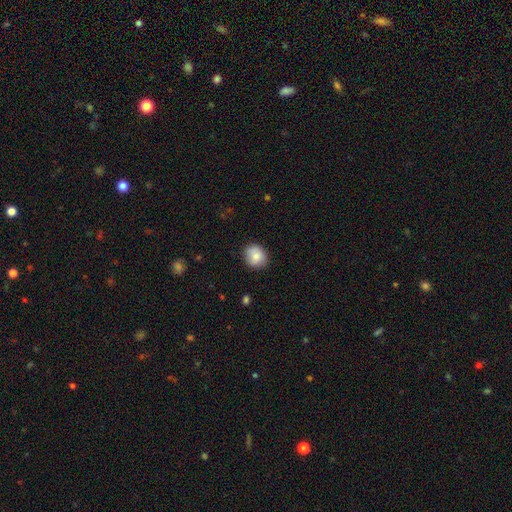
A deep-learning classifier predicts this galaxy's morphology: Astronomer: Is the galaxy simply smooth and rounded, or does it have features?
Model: smooth — 81%.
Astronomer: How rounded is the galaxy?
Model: round — 76%.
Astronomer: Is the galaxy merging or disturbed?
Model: none — 83%.